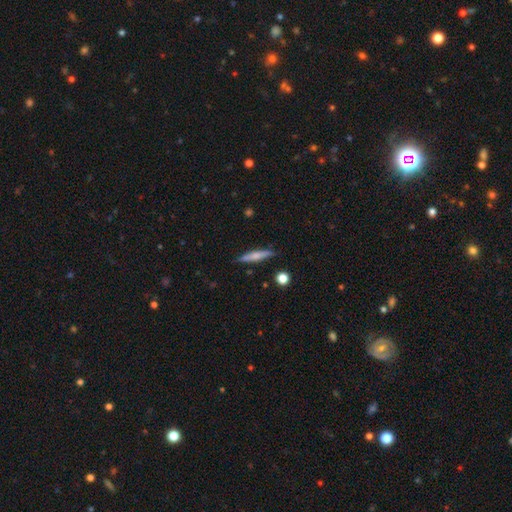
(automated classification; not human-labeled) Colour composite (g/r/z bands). It shows a smooth galaxy with no disk features (56%) that is cigar-shaped (90%). Merging: none (86%).